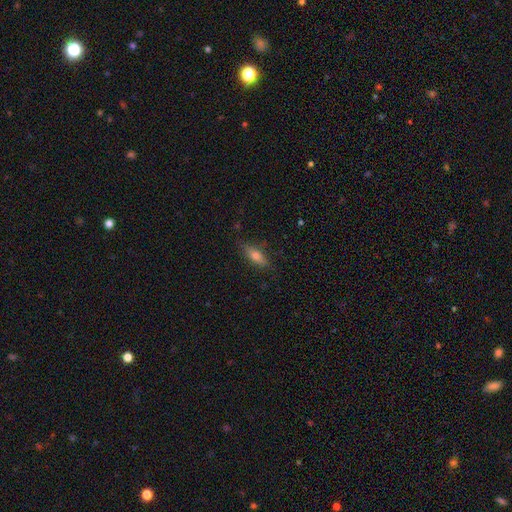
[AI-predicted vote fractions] This appears to be a smooth galaxy with no disk features (62%) that is in between round and cigar-shaped (54%). Merging: none (81%).